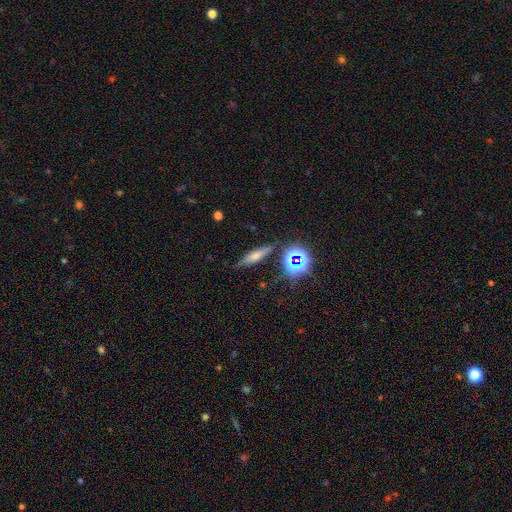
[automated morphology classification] A smooth galaxy with no disk features (53%) that is cigar-shaped (69%). Merging: none (77%).